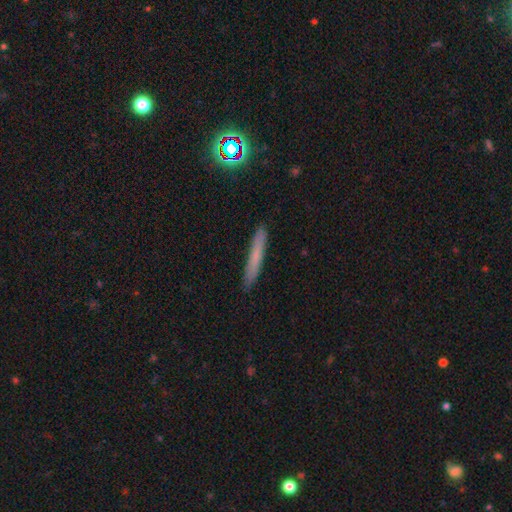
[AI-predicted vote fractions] The model was most divided on "smooth or featured": smooth: 65%, featured or disk: 25%, star or artifact: 10%. More confident: how rounded — cigar-shaped (95%); merging — none (89%).